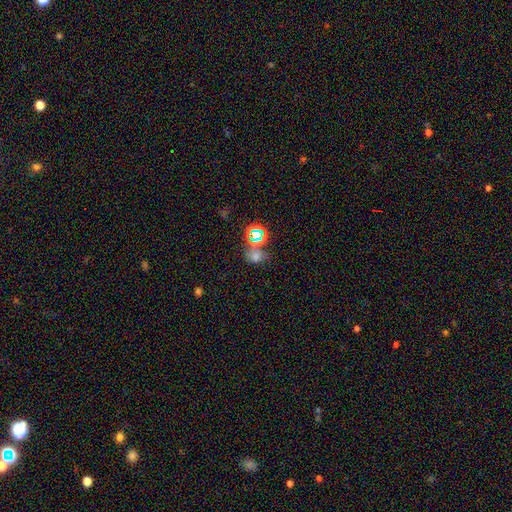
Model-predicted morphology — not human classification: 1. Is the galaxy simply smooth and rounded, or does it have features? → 48% star or artifact, 38% smooth, 14% featured or disk.